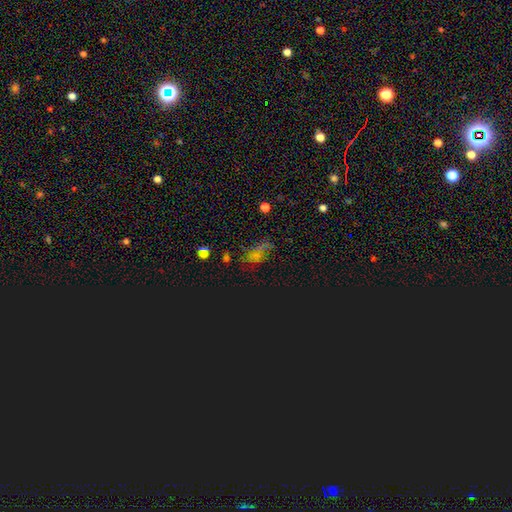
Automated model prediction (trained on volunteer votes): Smooth or featured? Predicted: star or artifact (p=0.52).